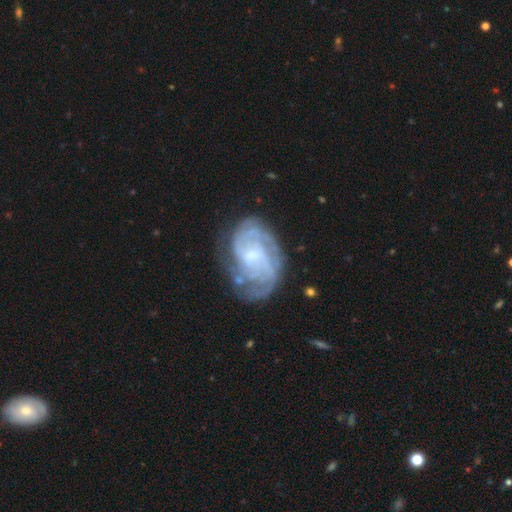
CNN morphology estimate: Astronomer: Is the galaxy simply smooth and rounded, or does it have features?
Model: featured or disk — 83%.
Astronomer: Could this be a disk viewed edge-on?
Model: no — 97%.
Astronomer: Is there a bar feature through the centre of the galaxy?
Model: weak — 50% (runner-up: no, 39%).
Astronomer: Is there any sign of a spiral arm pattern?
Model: yes — 94%.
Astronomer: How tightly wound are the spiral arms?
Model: tight — 57% (runner-up: medium, 34%).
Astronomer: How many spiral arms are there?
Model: can't tell — 35% (runner-up: 2, 25%).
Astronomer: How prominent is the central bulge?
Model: small — 56% (runner-up: moderate, 31%).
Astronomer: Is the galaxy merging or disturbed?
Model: none — 65%.